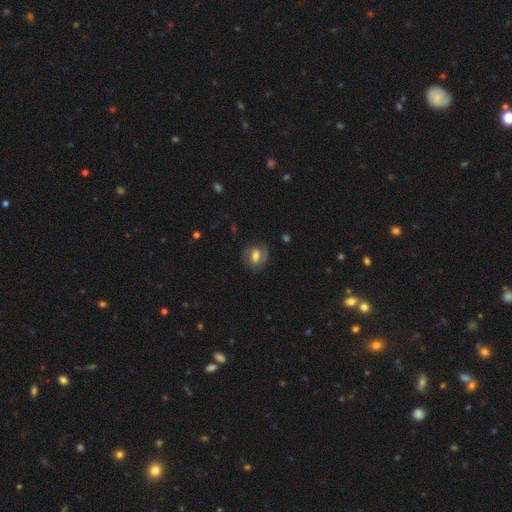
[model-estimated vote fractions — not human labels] Smooth or featured? featured or disk (46%)
Merging? none (67%)